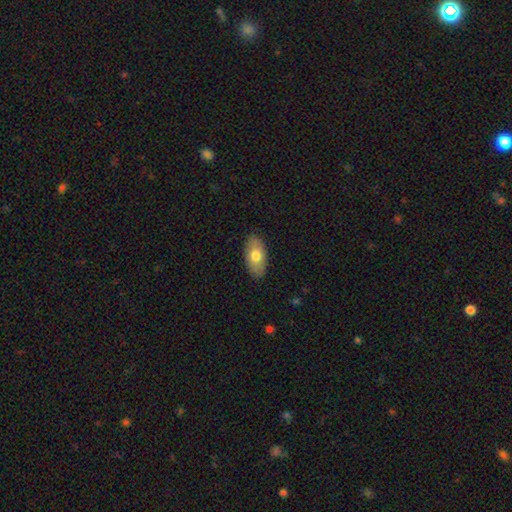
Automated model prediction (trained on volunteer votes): Smooth or featured? smooth (74%)
How rounded? in between (92%)
Merging? none (87%)